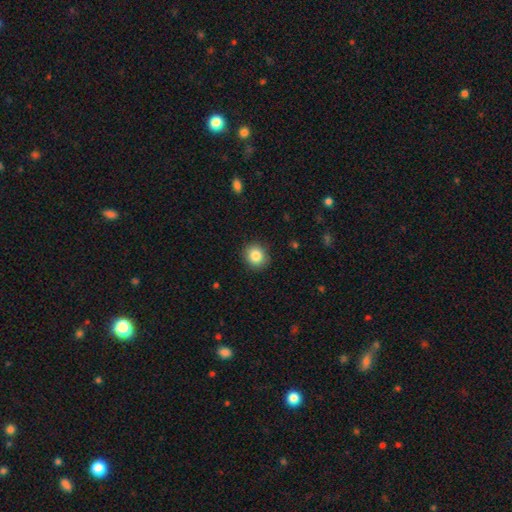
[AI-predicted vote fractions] smooth_or_featured: smooth (p=0.85) [alt: star or artifact p=0.09]
how_rounded: round (p=0.83) [alt: in between p=0.17]
merging: none (p=0.89) [alt: minor disturbance p=0.08]